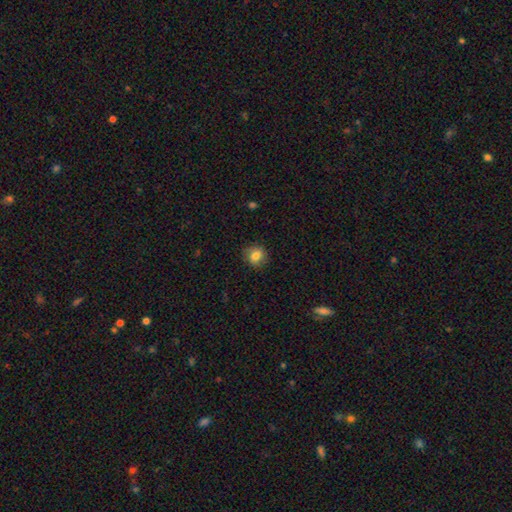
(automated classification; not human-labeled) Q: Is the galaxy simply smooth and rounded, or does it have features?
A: smooth — 79%.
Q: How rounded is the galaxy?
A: round — 80%.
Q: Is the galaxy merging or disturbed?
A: none — 85%.